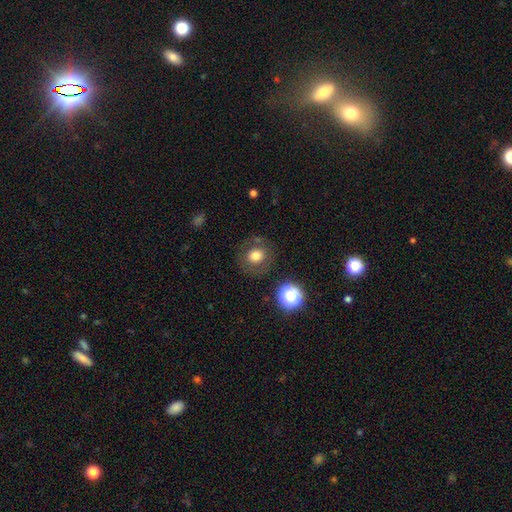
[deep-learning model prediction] Smooth or featured? smooth (72%)
How rounded? round (85%)
Merging? none (81%)